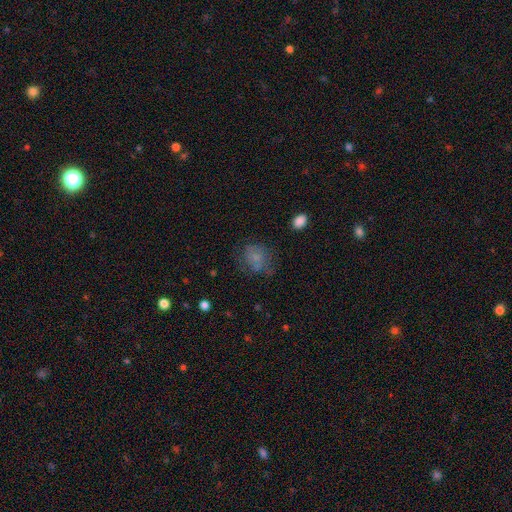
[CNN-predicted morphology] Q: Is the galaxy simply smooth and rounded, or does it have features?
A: smooth — 69%.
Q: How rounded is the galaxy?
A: round — 63%.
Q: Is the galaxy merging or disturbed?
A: none — 59%.